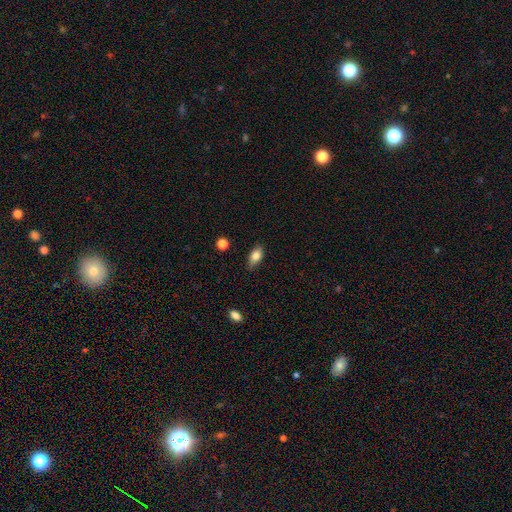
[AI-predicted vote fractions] Morphology: type=smooth (80%); roundness=in between (86%); merging=none (79%).